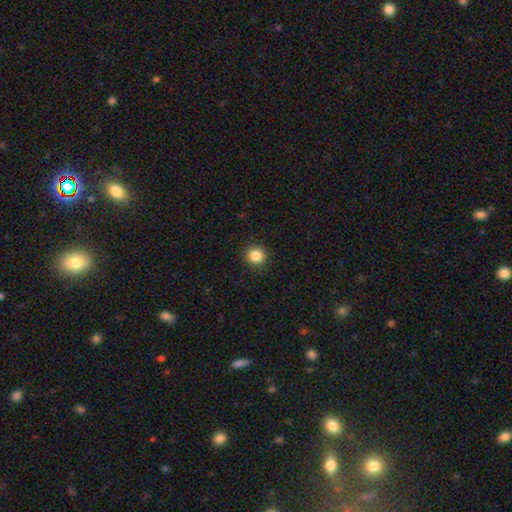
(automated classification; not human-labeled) Smooth or featured? Predicted: smooth (p=0.85). How rounded? Predicted: round (p=0.94). Merging? Predicted: none (p=0.92).